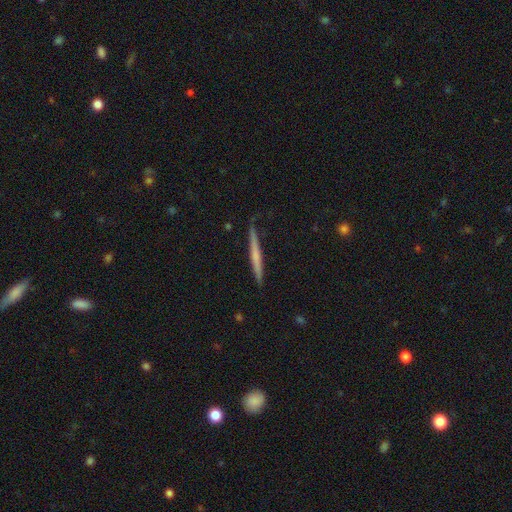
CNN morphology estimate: Smooth or featured? smooth (48%)
Merging? none (86%)